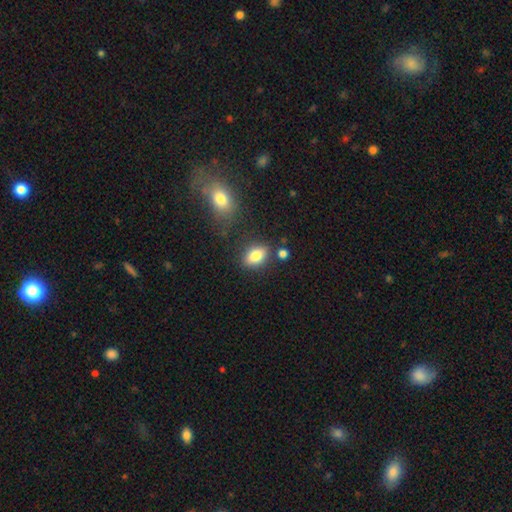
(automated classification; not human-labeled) The model was most divided on "merging": none: 78%, minor disturbance: 12%, merger: 6%, major disturbance: 3%. More confident: how rounded — in between (83%); smooth or featured — smooth (82%).